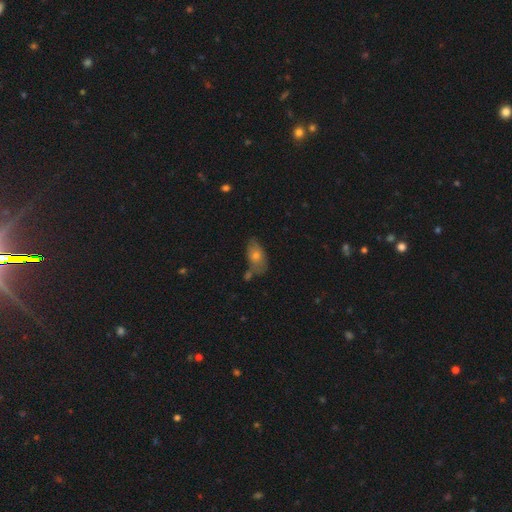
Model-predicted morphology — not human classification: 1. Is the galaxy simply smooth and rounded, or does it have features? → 64% smooth, 24% featured or disk, 12% star or artifact.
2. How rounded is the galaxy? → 88% in between, 7% round, 5% cigar-shaped.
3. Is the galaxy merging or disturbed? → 62% none, 20% minor disturbance, 12% merger, 6% major disturbance.